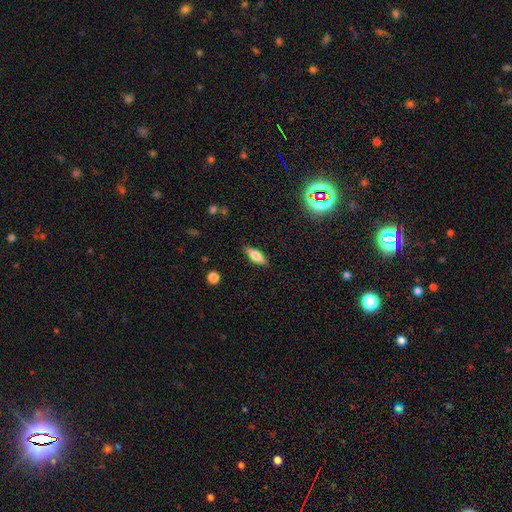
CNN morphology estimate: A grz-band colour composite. It shows a smooth galaxy with no disk features (64%) that is in between round and cigar-shaped (64%). Merging: none (86%).